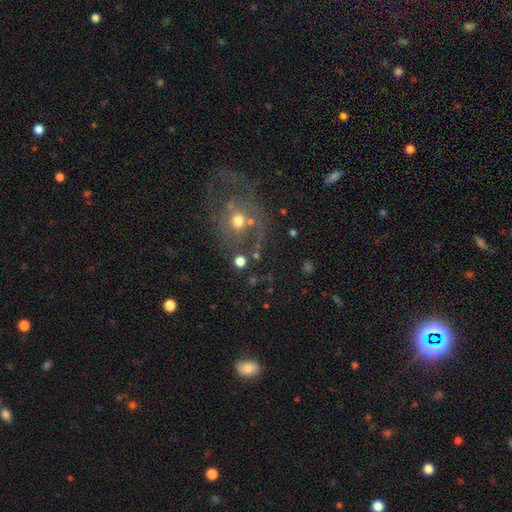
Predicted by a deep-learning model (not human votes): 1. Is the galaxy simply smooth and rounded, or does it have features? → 49% featured or disk, 30% smooth, 21% star or artifact.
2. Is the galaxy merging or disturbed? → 54% none, 17% major disturbance, 17% minor disturbance, 12% merger.